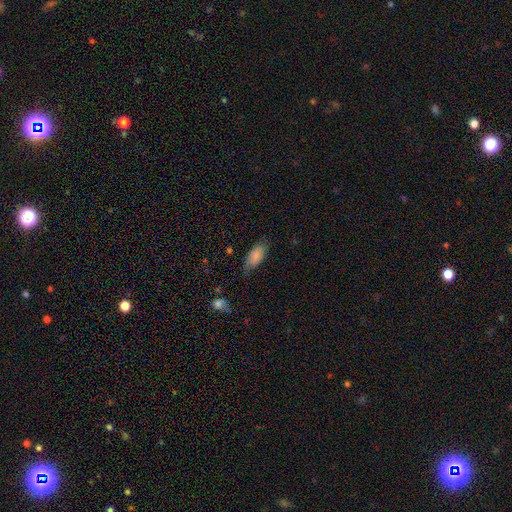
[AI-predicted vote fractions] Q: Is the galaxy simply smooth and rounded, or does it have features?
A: smooth — 81%.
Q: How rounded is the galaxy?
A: in between — 87%.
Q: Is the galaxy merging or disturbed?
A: none — 65%.